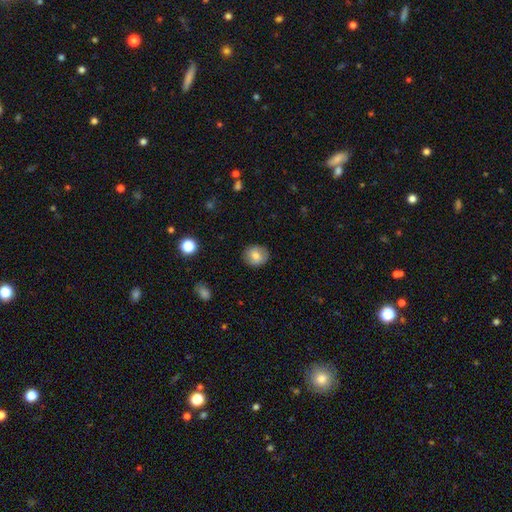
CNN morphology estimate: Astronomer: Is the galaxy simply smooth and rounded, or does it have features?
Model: smooth — 77%.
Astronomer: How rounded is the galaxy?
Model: round — 74%.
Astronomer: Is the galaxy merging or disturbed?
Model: none — 88%.